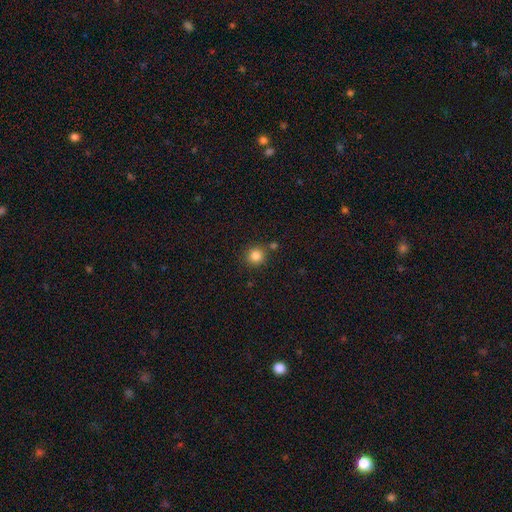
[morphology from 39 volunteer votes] This is likely a smooth galaxy (77%). How rounded: clearly round (100%). Merging: clearly none (97%).